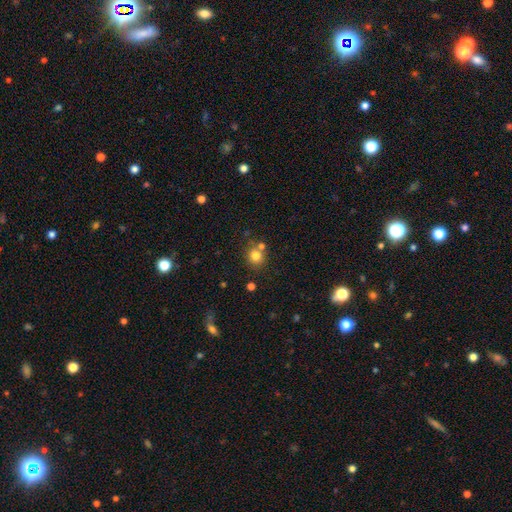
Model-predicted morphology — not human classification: The model was most divided on "merging": none: 69%, merger: 18%, minor disturbance: 10%, major disturbance: 3%. More confident: how rounded — round (84%); smooth or featured — smooth (79%).